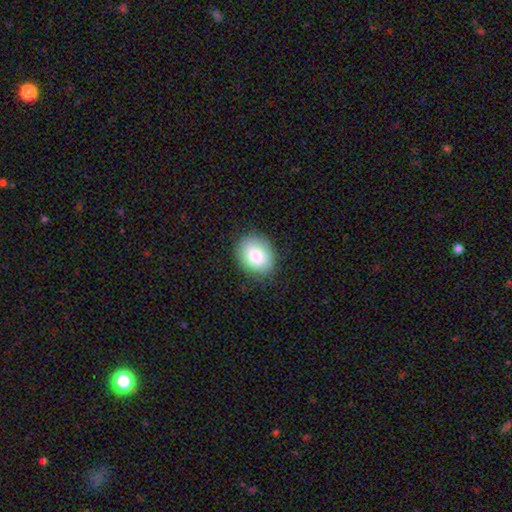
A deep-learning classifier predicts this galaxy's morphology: A smooth galaxy with no disk features (83%) that is in between round and cigar-shaped (54%). Merging: none (84%).